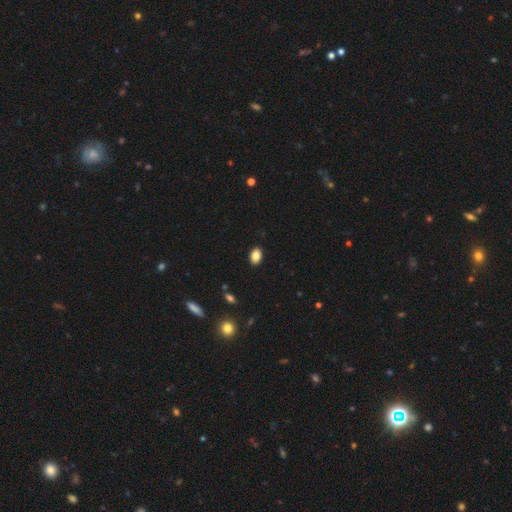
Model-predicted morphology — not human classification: A smooth galaxy with no disk features (85%) that is in between round and cigar-shaped (85%). Merging: none (89%).